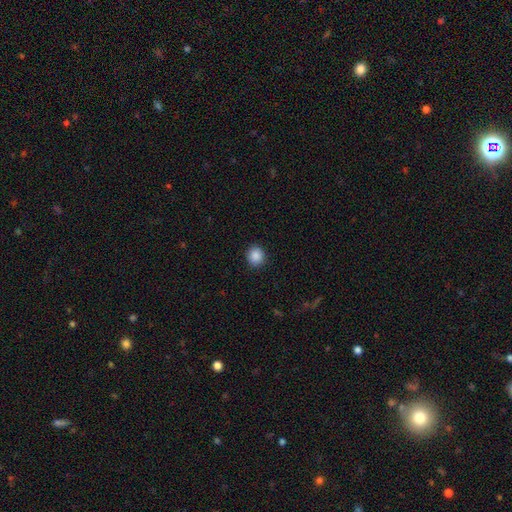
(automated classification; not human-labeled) Morphology: type=smooth (88%); roundness=round (85%); merging=none (91%).